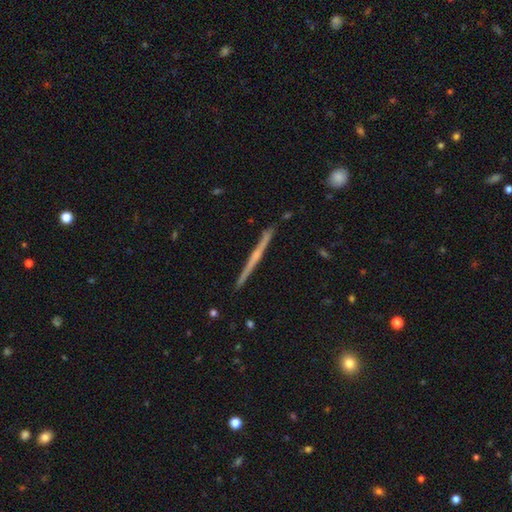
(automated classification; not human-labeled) smooth-or-featured: featured or disk: 72% | smooth: 22% | star or artifact: 6%
  disk-edge-on: yes: 98% | no: 2%
    edge-on-bulge: none: 50% | rounded: 43% | boxy: 7%
  merging: none: 92% | minor disturbance: 6% | merger: 1% | major disturbance: 1%